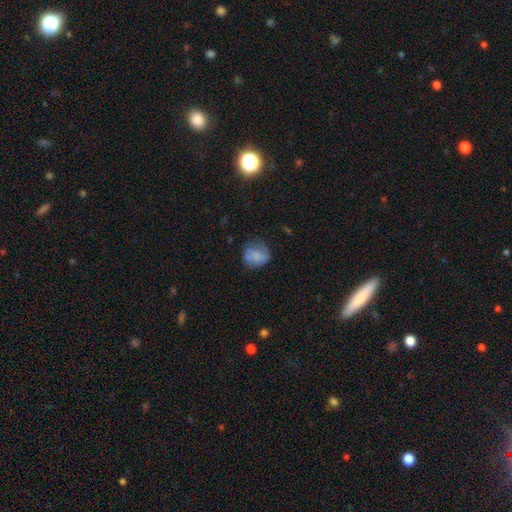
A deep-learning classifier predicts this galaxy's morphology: Smooth or featured?
  - smooth: 70% *
  - featured or disk: 21%
  - star or artifact: 9%
How rounded?
  - round: 73% *
  - in between: 26%
  - cigar-shaped: 1%
Merging?
  - none: 57% *
  - minor disturbance: 28%
  - major disturbance: 13%
  - merger: 2%